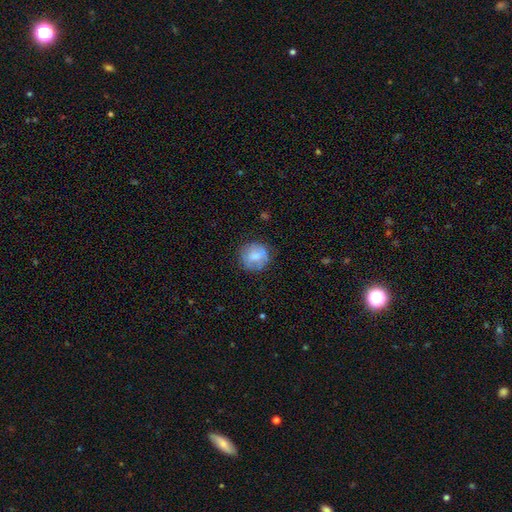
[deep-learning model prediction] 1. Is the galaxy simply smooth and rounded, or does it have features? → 66% smooth, 26% featured or disk, 8% star or artifact.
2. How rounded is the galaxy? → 88% round, 11% in between, 1% cigar-shaped.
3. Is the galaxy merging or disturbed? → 71% none, 19% minor disturbance, 7% major disturbance, 3% merger.